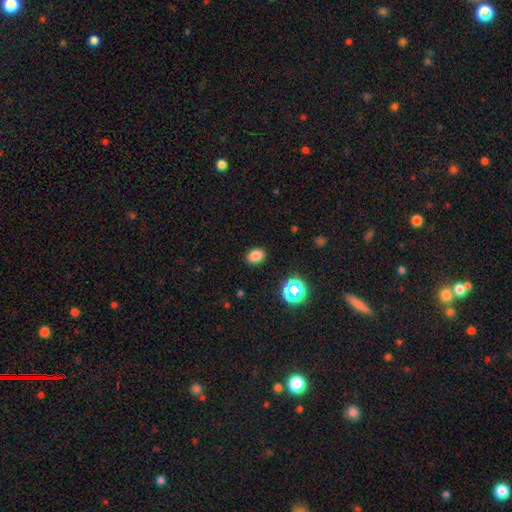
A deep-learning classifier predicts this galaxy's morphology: type=smooth (80%); roundness=in between (70%); merging=none (87%).